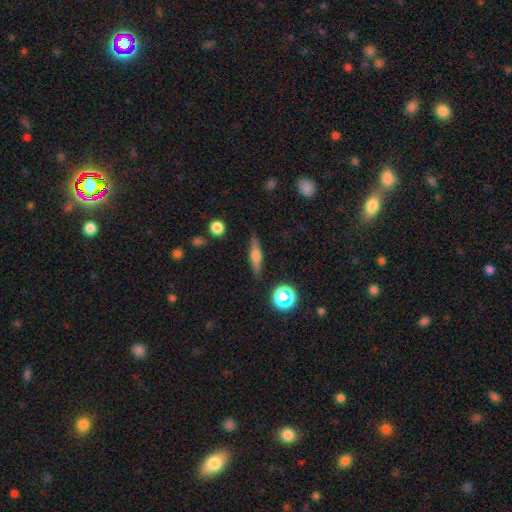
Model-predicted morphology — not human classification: featured or disk 48%, smooth 43%, star or artifact 10%. Down the decision tree: merging — none (86%).